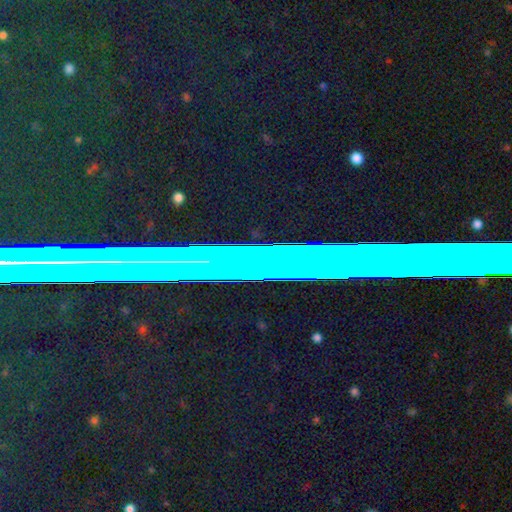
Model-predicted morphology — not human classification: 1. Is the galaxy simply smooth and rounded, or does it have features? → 79% star or artifact, 11% smooth, 10% featured or disk.